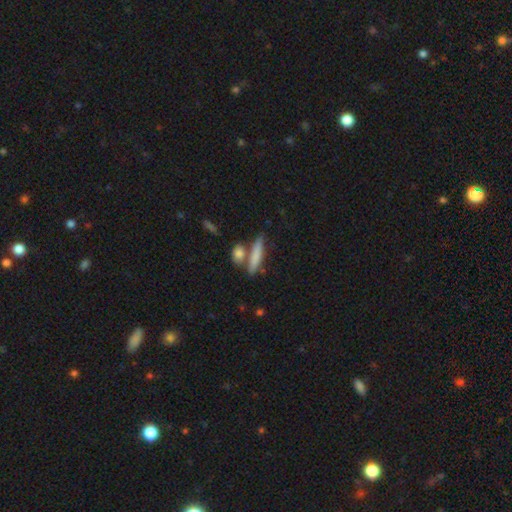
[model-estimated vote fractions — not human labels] smooth-or-featured: smooth: 75% | featured or disk: 19% | star or artifact: 6%
  how-rounded: cigar-shaped: 77% | in between: 19% | round: 4%
  merging: none: 64% | merger: 20% | minor disturbance: 12% | major disturbance: 4%